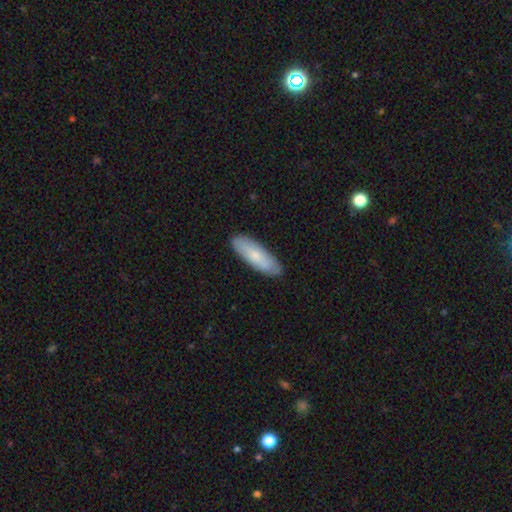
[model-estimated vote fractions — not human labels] Overall: smooth (72%). How rounded: in between (53%; cigar-shaped 45%). Merging: none (87%).